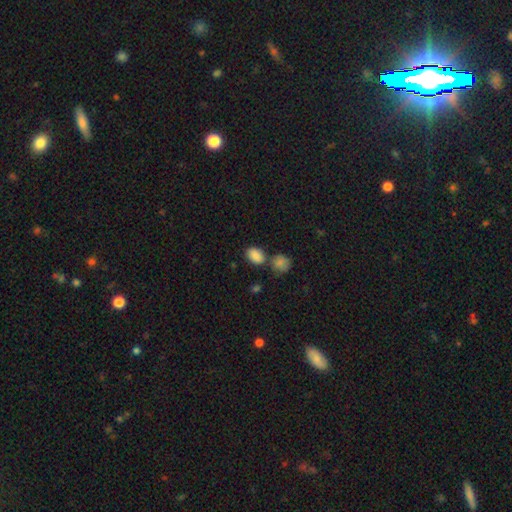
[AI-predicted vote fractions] Morphology: type=smooth (85%); roundness=in between (80%); merging=none (65%).